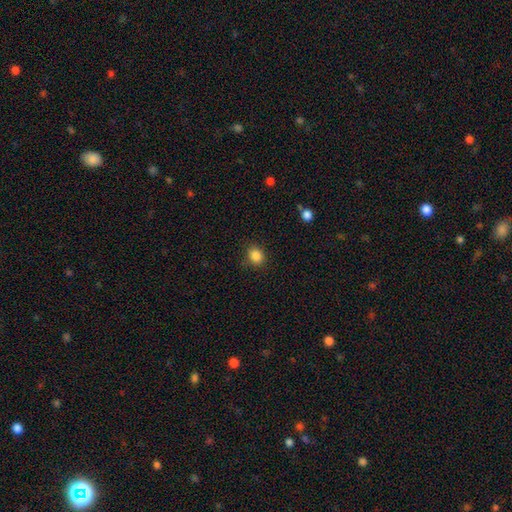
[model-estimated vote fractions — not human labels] The model was most divided on "how rounded": round: 66%, in between: 33%, cigar-shaped: 1%. More confident: smooth or featured — smooth (86%); merging — none (85%).